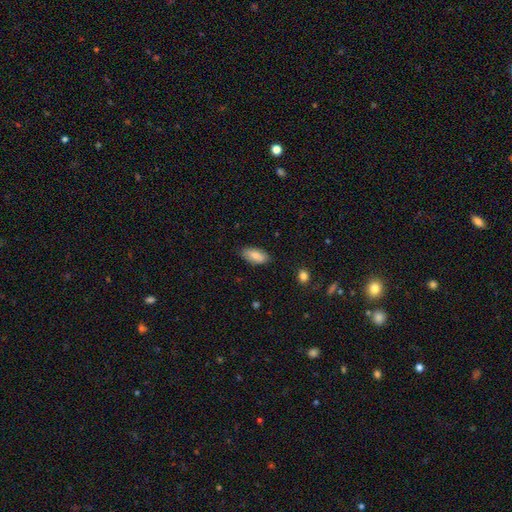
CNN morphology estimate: smooth 82%, featured or disk 12%, star or artifact 7%. Down the decision tree: how rounded — in between (91%); merging — none (82%).